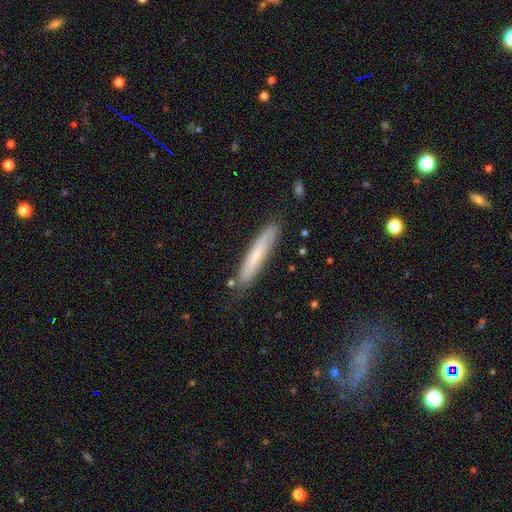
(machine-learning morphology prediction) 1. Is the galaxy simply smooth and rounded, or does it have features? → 66% smooth, 28% featured or disk, 7% star or artifact.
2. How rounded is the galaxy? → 93% cigar-shaped, 6% in between, 1% round.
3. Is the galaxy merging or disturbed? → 80% none, 15% minor disturbance, 3% major disturbance, 2% merger.